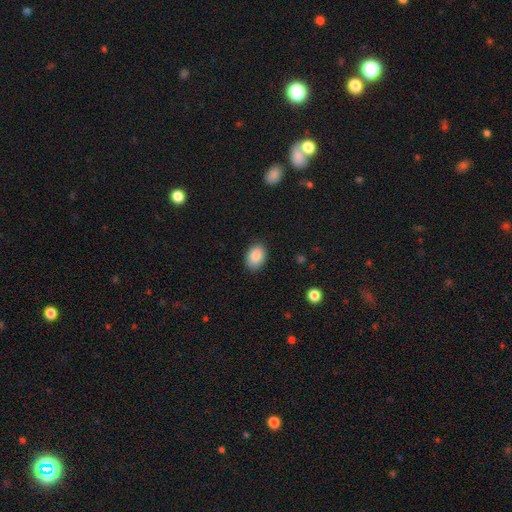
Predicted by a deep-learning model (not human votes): This is clearly a smooth galaxy (88%). How rounded: clearly in between (81%). Merging: clearly none (85%).